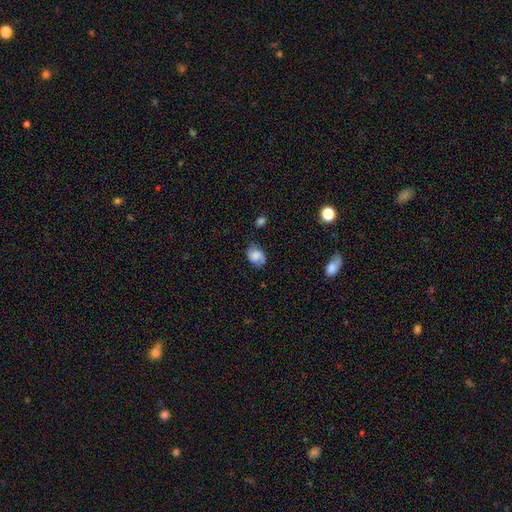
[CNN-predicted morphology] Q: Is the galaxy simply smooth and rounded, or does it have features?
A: smooth — 60%.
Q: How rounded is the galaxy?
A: in between — 71%.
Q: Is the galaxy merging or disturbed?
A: none — 61%.